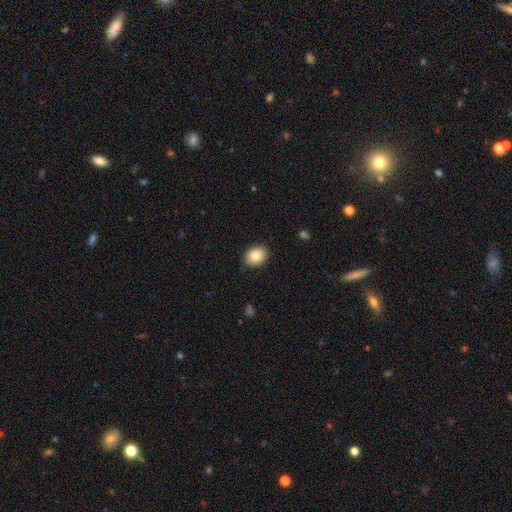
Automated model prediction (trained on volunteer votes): This is clearly a smooth galaxy (85%). How rounded: possibly in between (59%). Merging: clearly none (88%).